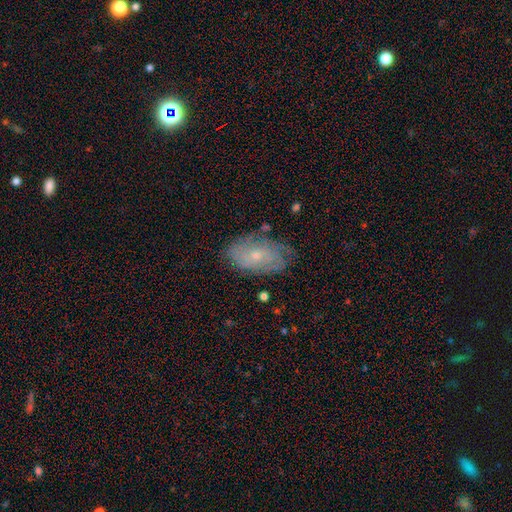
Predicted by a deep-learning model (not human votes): Smooth or featured?
  - featured or disk: 57% *
  - smooth: 34%
  - star or artifact: 9%
Edge-on disk?
  - no: 94% *
  - yes: 6%
Bar?
  - no: 79% *
  - weak: 18%
  - strong: 3%
Spiral arms?
  - yes: 75% *
  - no: 25%
Bulge size?
  - small: 64% *
  - moderate: 32%
  - none: 2%
  - large: 1%
  - dominant: 1%
Merging?
  - none: 71% *
  - minor disturbance: 21%
  - major disturbance: 6%
  - merger: 2%